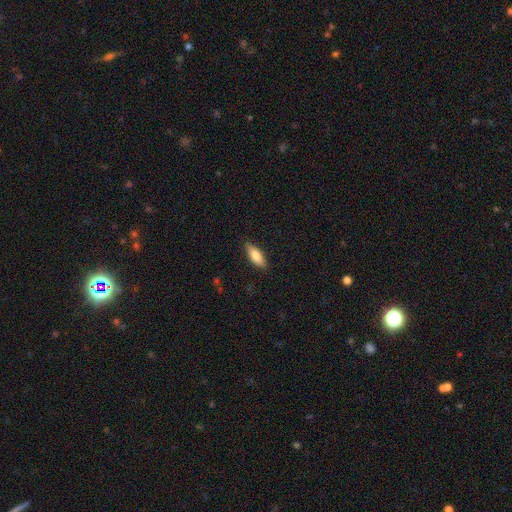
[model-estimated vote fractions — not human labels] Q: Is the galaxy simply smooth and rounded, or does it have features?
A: smooth — 75%.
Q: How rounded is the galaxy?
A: in between — 64%.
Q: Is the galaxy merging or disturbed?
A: none — 86%.